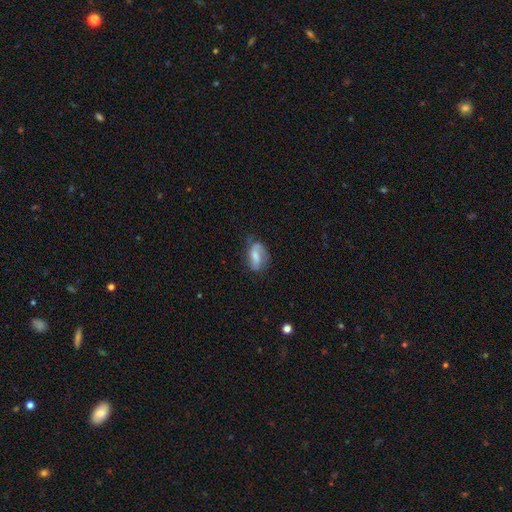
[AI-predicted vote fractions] Q: Smooth or featured?
A: featured or disk (52%); runner-up: smooth (40%)
Q: Edge-on disk?
A: no (94%); runner-up: yes (6%)
Q: Merging?
A: none (52%); runner-up: minor disturbance (29%)